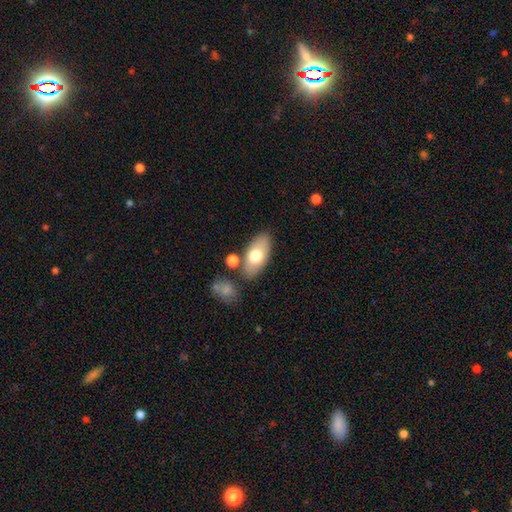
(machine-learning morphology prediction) smooth-or-featured: smooth: 71% | featured or disk: 23% | star or artifact: 6%
  how-rounded: in between: 92% | cigar-shaped: 5% | round: 4%
  merging: none: 78% | minor disturbance: 11% | merger: 8% | major disturbance: 3%